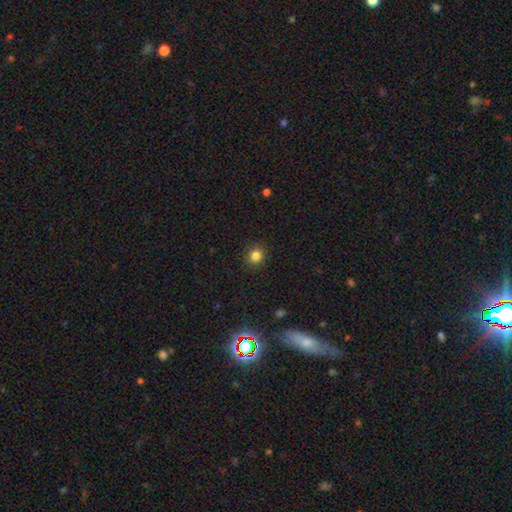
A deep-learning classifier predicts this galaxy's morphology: This is clearly a smooth galaxy (83%). How rounded: clearly round (85%). Merging: clearly none (90%).